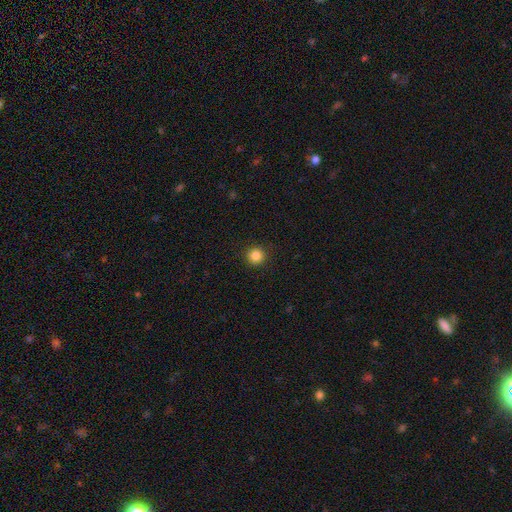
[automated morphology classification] This is clearly a smooth galaxy (86%). How rounded: clearly round (95%). Merging: clearly none (92%).